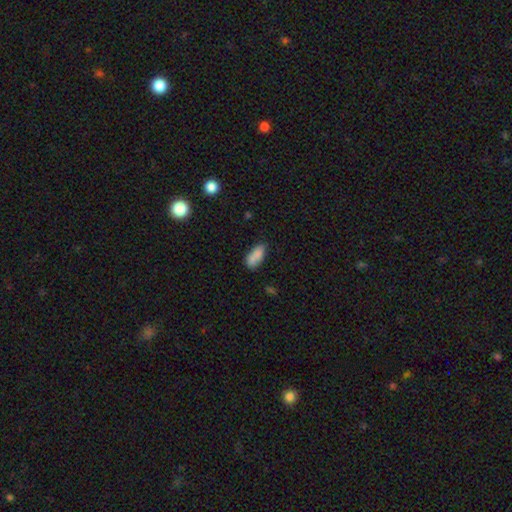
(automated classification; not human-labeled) smooth_or_featured: smooth (p=0.83) [alt: featured or disk p=0.09]
how_rounded: in between (p=0.85) [alt: cigar-shaped p=0.12]
merging: none (p=0.59) [alt: minor disturbance p=0.23]